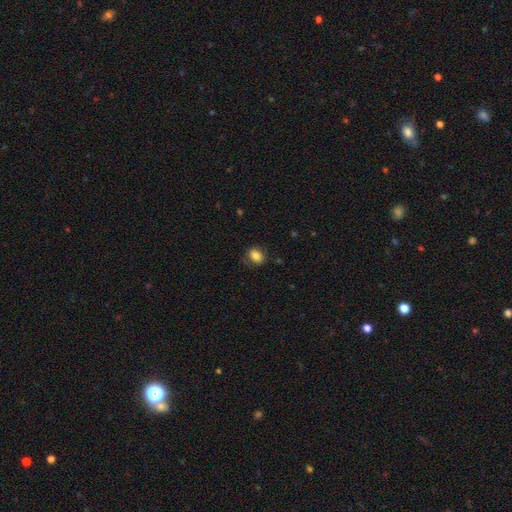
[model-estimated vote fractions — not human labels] A smooth galaxy with no disk features (83%) that is in between round and cigar-shaped (69%).

Vote fractions:
- Smooth or featured? smooth: 83% / star or artifact: 9% / featured or disk: 8%
- How rounded? in between: 69% / round: 29% / cigar-shaped: 1%
- Merging? none: 76% / minor disturbance: 17% / major disturbance: 5% / merger: 1%